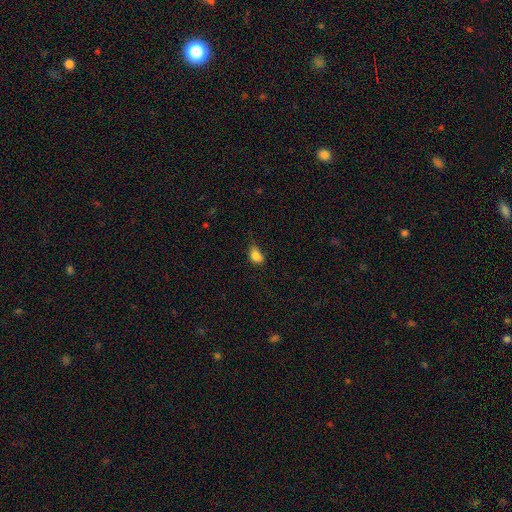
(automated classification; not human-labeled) The model was most divided on "merging": none: 59%, minor disturbance: 32%, major disturbance: 7%, merger: 2%. More confident: smooth or featured — smooth (85%); how rounded — in between (82%).